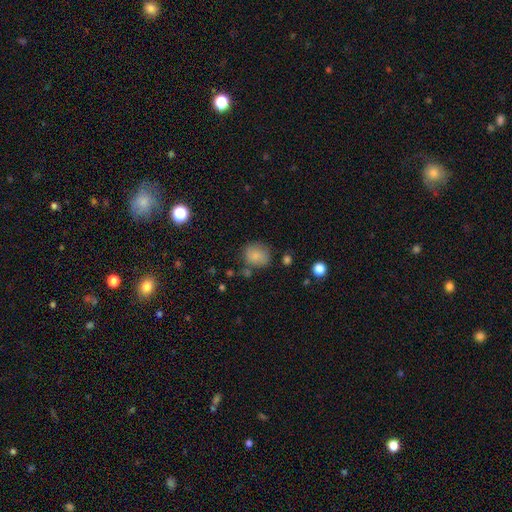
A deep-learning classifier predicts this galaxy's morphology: The model was most divided on "how rounded": round: 71%, in between: 28%, cigar-shaped: 1%. More confident: smooth or featured — smooth (82%); merging — none (69%).